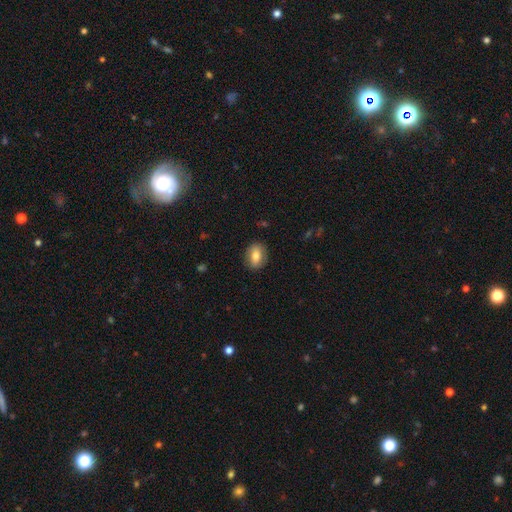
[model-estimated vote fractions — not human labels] A smooth galaxy with no disk features (78%) that is in between round and cigar-shaped (70%).

Vote fractions:
- Smooth or featured? smooth: 78% / featured or disk: 14% / star or artifact: 7%
- How rounded? in between: 70% / round: 28% / cigar-shaped: 2%
- Merging? none: 85% / minor disturbance: 11% / major disturbance: 3% / merger: 1%